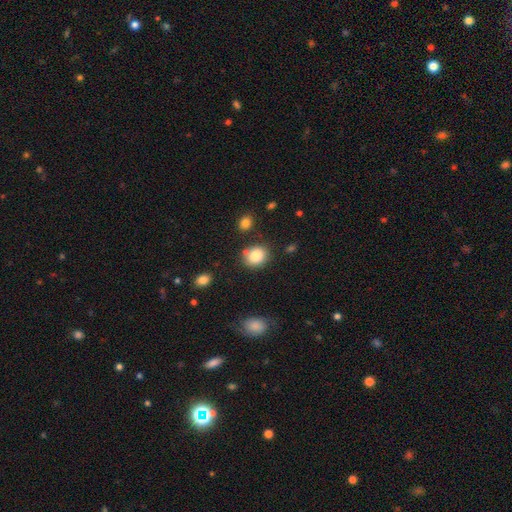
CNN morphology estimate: Overall: smooth (84%). How rounded: round (67%; in between 32%). Merging: none (76%).